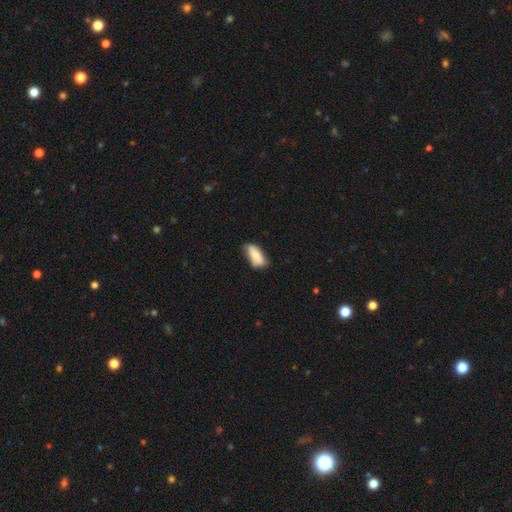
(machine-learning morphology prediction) This is likely a smooth galaxy (72%). How rounded: clearly in between (83%). Merging: likely none (63%).